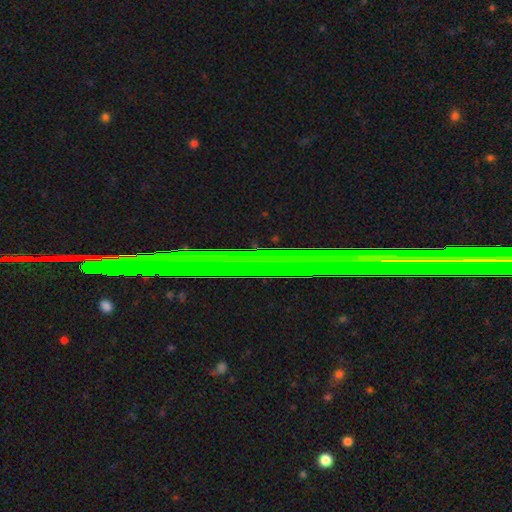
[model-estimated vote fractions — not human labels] A star or artifact, not a galaxy (58%).